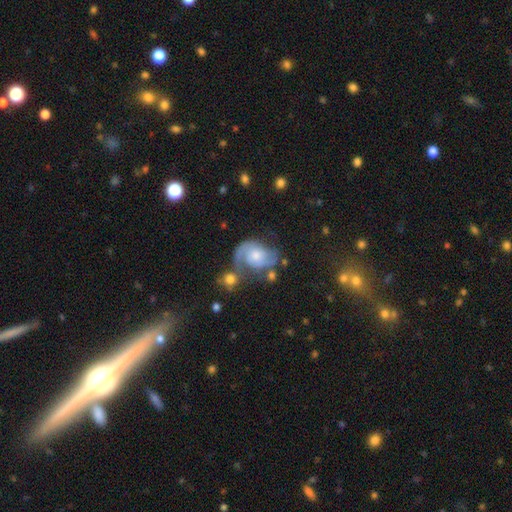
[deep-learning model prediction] This is clearly a featured or disk galaxy (81%). It is clearly not viewed edge-on (98%). Bar: likely no (70%). Spiral arm pattern: clearly yes (94%). Spiral arm count: clearly 2 (80%). Spiral winding: possibly medium (49%). Central bulge: possibly moderate (50%). Merging: marginally none (40%).